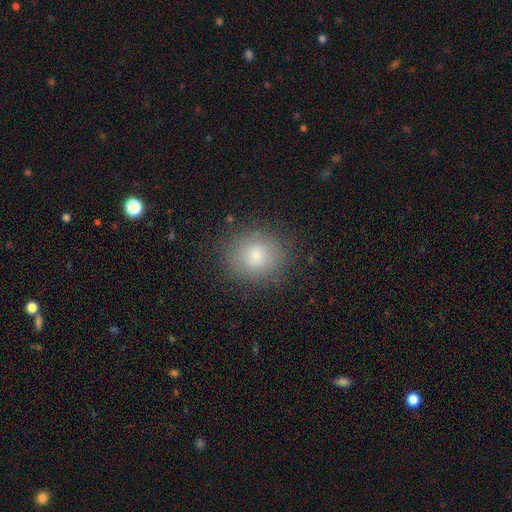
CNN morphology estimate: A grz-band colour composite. It shows a smooth galaxy with no disk features (80%) that is round (83%). Merging: none (86%).